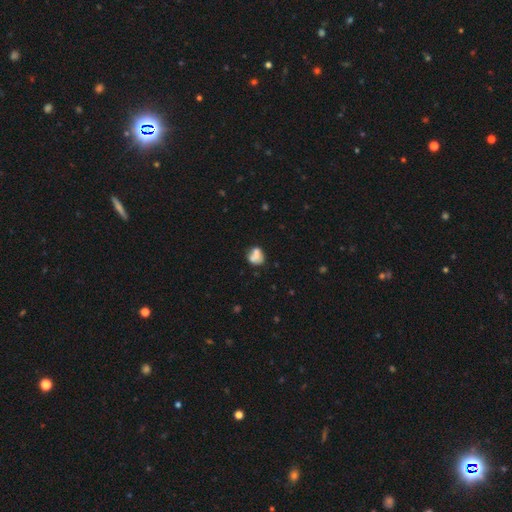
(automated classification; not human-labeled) This appears to be a smooth galaxy with no disk features (68%) that is round (54%). Merging: merger (37%).